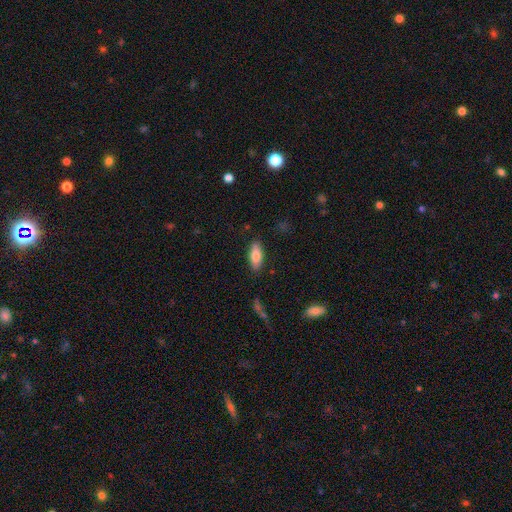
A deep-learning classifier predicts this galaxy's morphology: A smooth galaxy with no disk features (80%) that is in between round and cigar-shaped (74%).

Vote fractions:
- Smooth or featured? smooth: 80% / featured or disk: 14% / star or artifact: 6%
- How rounded? in between: 74% / cigar-shaped: 24% / round: 2%
- Merging? none: 86% / minor disturbance: 10% / major disturbance: 2% / merger: 1%